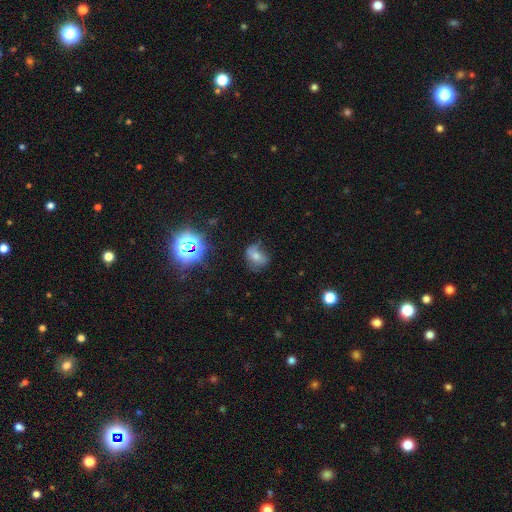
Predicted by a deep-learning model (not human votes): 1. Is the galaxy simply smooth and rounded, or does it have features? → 54% smooth, 25% featured or disk, 21% star or artifact.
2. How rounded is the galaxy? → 59% in between, 40% round, 1% cigar-shaped.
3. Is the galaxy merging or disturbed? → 44% none, 33% minor disturbance, 20% major disturbance, 4% merger.